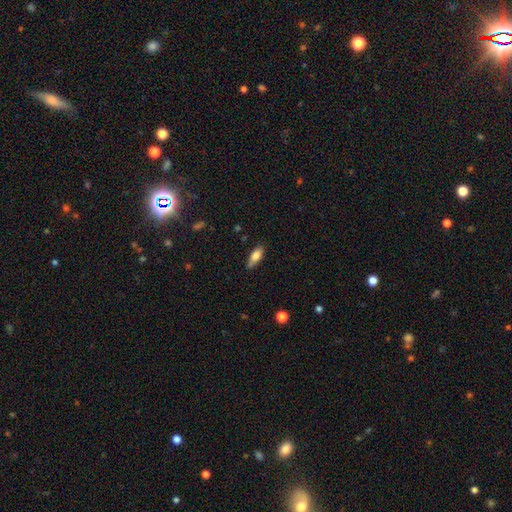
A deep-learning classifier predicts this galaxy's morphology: This is likely a smooth galaxy (78%). How rounded: likely in between (70%). Merging: likely none (71%).